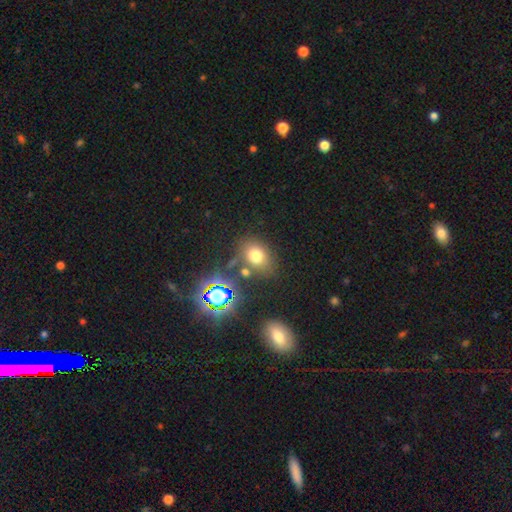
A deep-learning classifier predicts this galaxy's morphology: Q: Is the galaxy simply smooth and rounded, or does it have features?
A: smooth — 67%.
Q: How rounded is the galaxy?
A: in between — 55%.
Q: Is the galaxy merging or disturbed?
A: none — 70%.